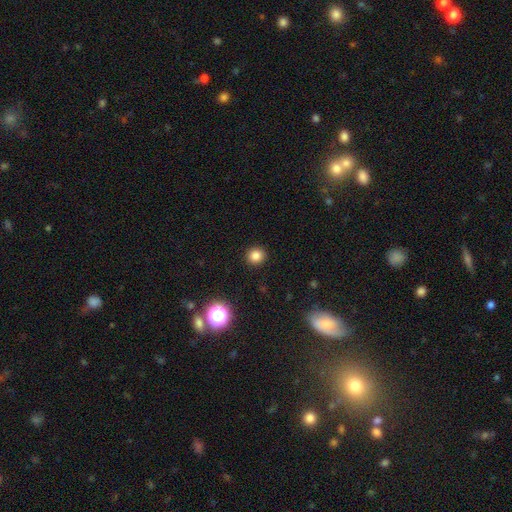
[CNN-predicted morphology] Smooth or featured? Predicted: smooth (p=0.83). How rounded? Predicted: round (p=0.90). Merging? Predicted: none (p=0.92).